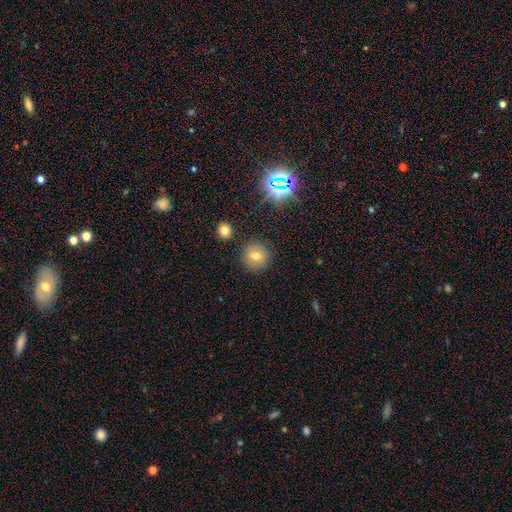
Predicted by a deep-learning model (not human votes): Smooth or featured? smooth (69%)
How rounded? round (92%)
Merging? none (87%)